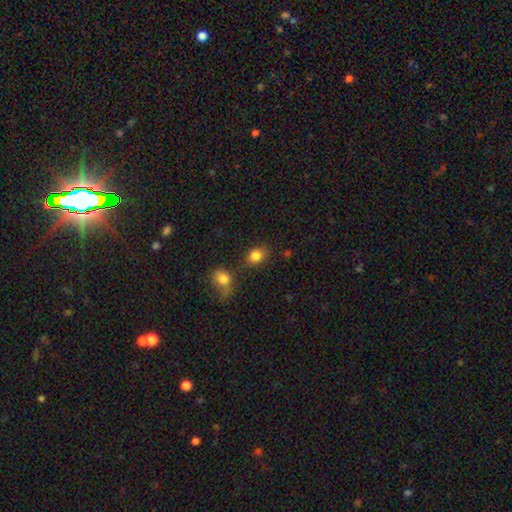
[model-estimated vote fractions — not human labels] This is clearly a smooth galaxy (83%). How rounded: possibly in between (54%). Merging: likely none (68%).